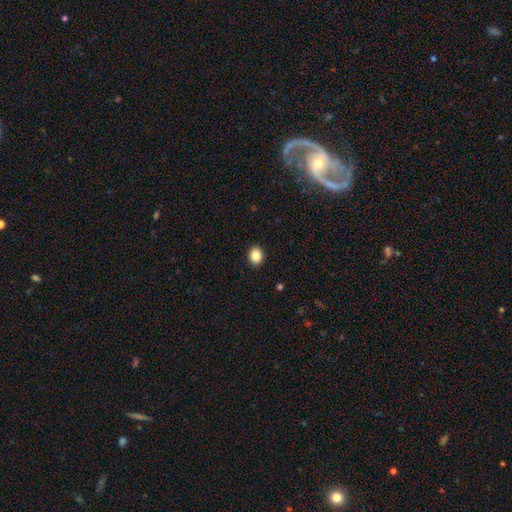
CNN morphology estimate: A smooth galaxy with no disk features (86%) that is round (56%). Merging: none (92%).